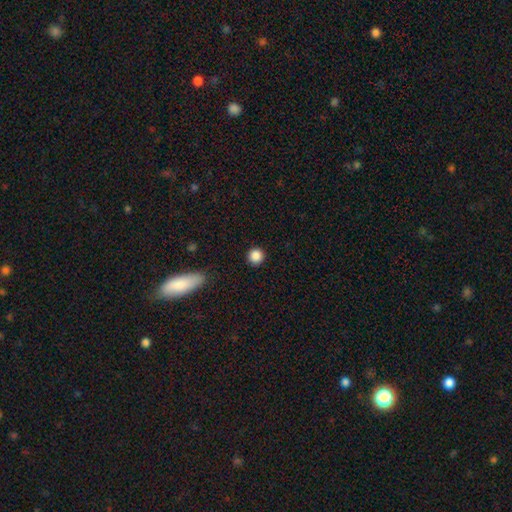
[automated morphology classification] A smooth galaxy with no disk features (87%) that is round (95%). Merging: none (91%).